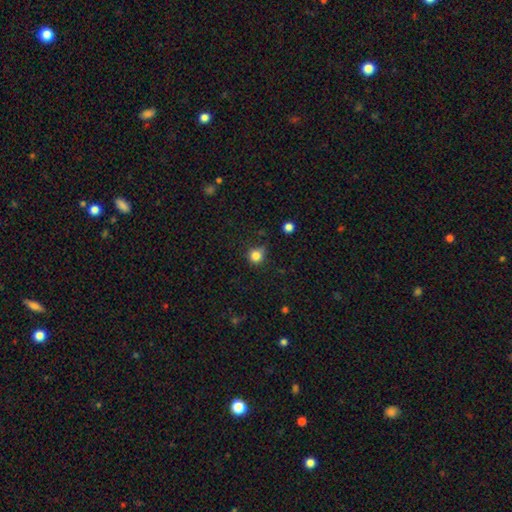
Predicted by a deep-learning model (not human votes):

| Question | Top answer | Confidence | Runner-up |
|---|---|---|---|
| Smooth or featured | smooth | 82% | star or artifact (13%) |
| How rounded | round | 88% | in between (11%) |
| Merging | none | 68% | minor disturbance (24%) |